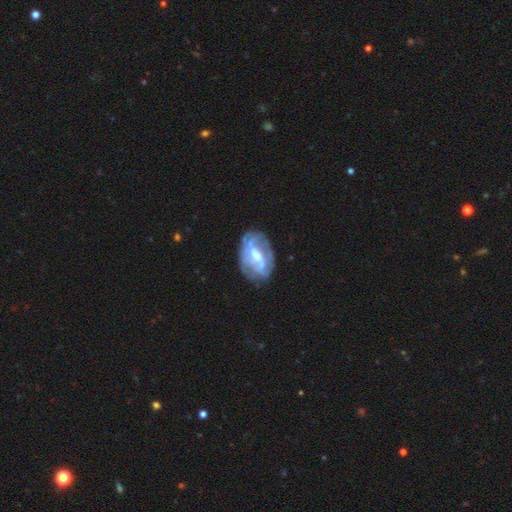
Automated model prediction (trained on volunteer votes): smooth_or_featured: featured or disk (p=0.68) [alt: smooth p=0.25]
disk_edge_on: no (p=0.96) [alt: yes p=0.04]
bar: weak (p=0.42) [alt: no p=0.35]
has_spiral_arms: yes (p=0.51) [alt: no p=0.49]
bulge_size: moderate (p=0.55) [alt: small p=0.23]
merging: none (p=0.56) [alt: minor disturbance p=0.24]